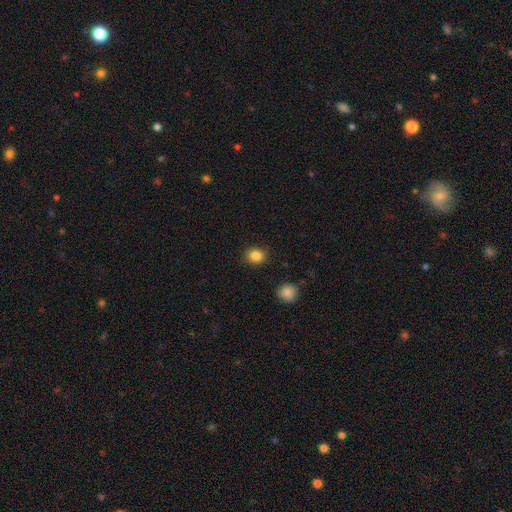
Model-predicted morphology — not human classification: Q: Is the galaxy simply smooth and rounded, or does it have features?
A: smooth — 85%.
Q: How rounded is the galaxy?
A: round — 73%.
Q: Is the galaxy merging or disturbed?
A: none — 86%.